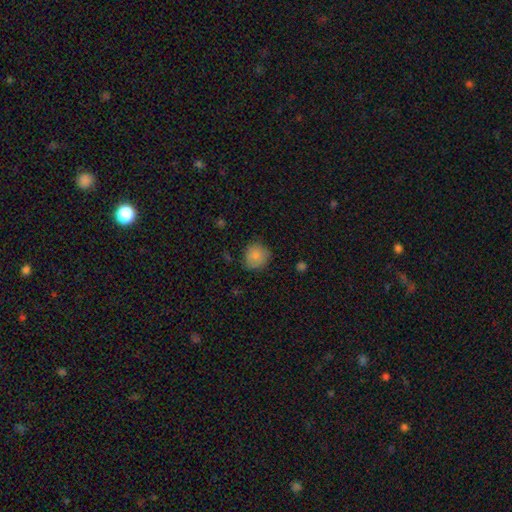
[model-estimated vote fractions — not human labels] This appears to be a smooth galaxy with no disk features (82%) that is round (85%). Merging: none (74%).